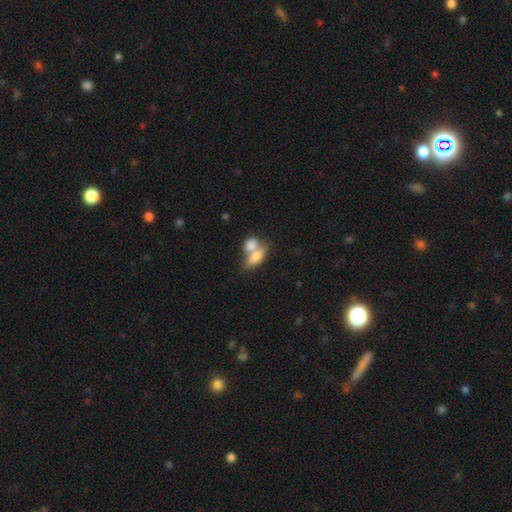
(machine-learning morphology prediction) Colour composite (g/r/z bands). It shows a smooth galaxy with no disk features (76%) that is in between round and cigar-shaped (81%). Merging: merger (67%).